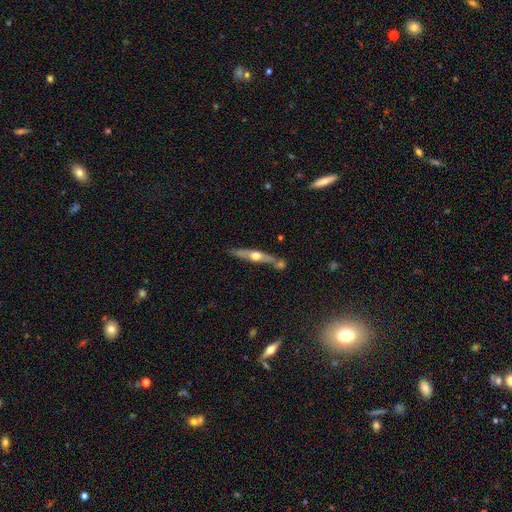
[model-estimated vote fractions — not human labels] This appears to be a featured or disk galaxy (62%) viewed edge-on (92%) with a rounded central bulge (92%). Merging: none (69%).